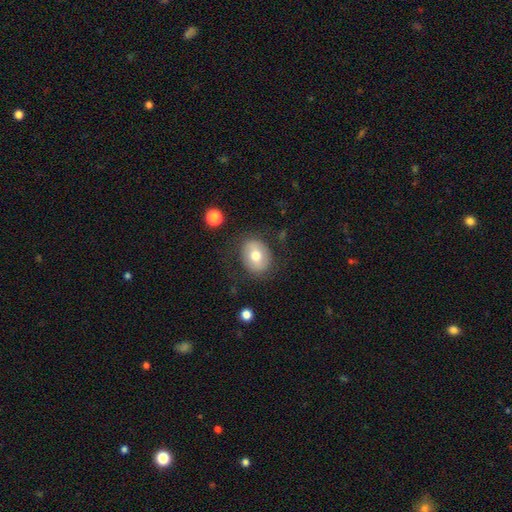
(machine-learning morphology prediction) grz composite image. It shows a smooth galaxy with no disk features (64%) that is in between round and cigar-shaped (51%). Merging: none (78%).